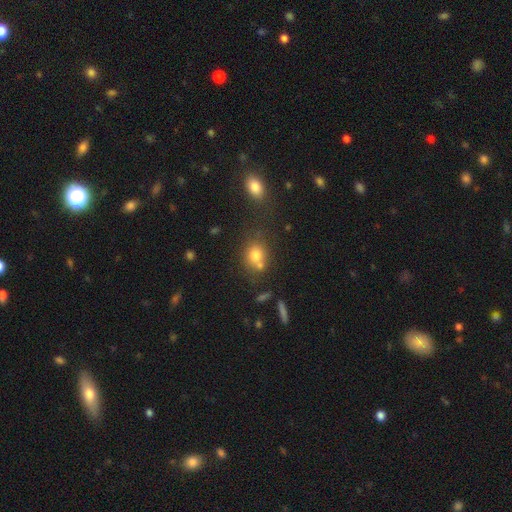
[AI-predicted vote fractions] This is likely a smooth galaxy (75%). How rounded: likely round (67%). Merging: possibly none (50%).